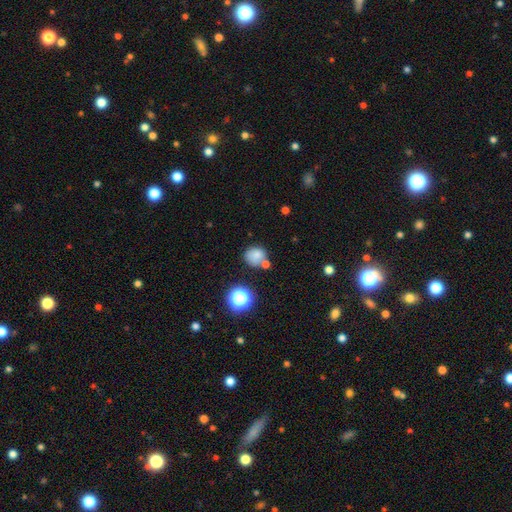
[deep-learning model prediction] Smooth or featured: smooth — 78% (star or artifact — 14%)
How rounded: round — 83% (in between — 16%)
Merging: none — 59% (merger — 21%)